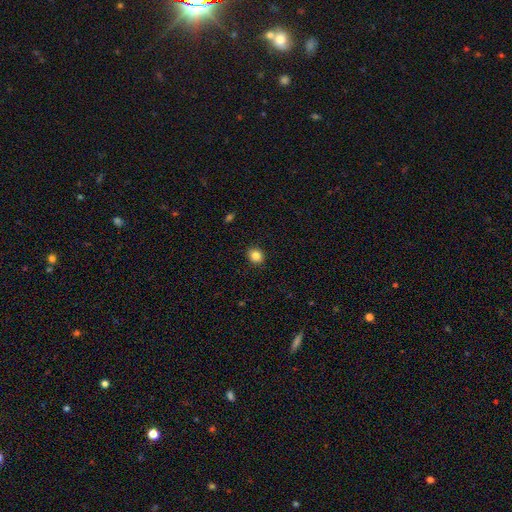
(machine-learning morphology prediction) Smooth or featured?
  - smooth: 85% *
  - star or artifact: 10%
  - featured or disk: 5%
How rounded?
  - round: 62% *
  - in between: 37%
  - cigar-shaped: 1%
Merging?
  - none: 91% *
  - minor disturbance: 6%
  - major disturbance: 2%
  - merger: 1%